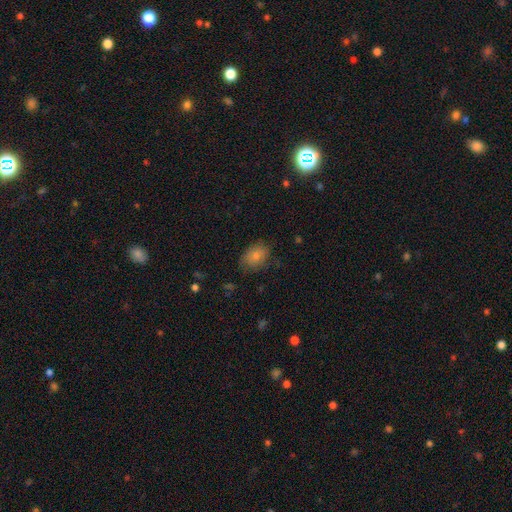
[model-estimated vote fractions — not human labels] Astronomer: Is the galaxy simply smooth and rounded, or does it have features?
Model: smooth — 79%.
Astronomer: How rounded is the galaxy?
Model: in between — 70%.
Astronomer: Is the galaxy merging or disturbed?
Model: none — 74%.